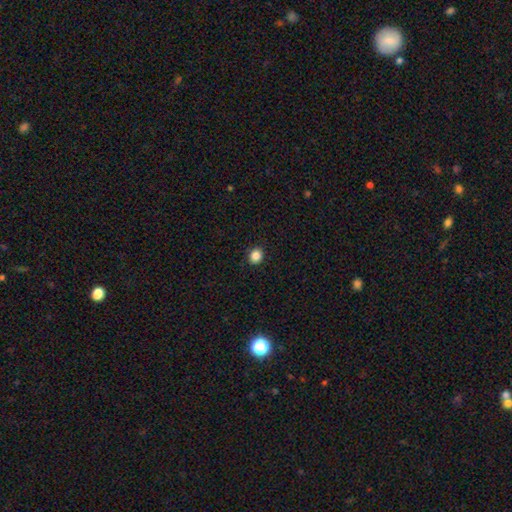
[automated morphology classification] Q: Smooth or featured?
A: smooth (86%); runner-up: star or artifact (10%)
Q: How rounded?
A: round (75%); runner-up: in between (24%)
Q: Merging?
A: none (91%); runner-up: minor disturbance (6%)